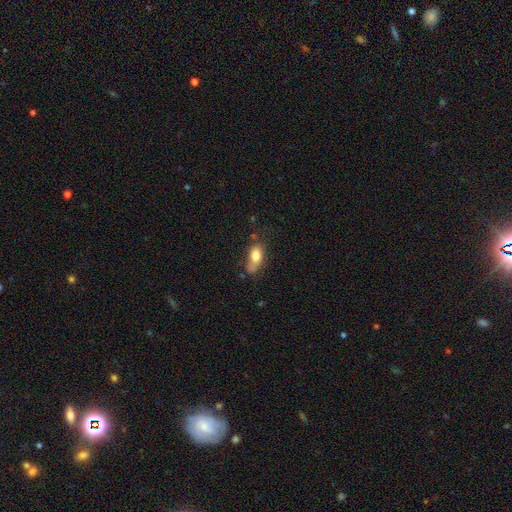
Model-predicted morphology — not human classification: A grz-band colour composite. It shows a smooth galaxy with no disk features (77%) that is in between round and cigar-shaped (85%). Merging: none (41%).